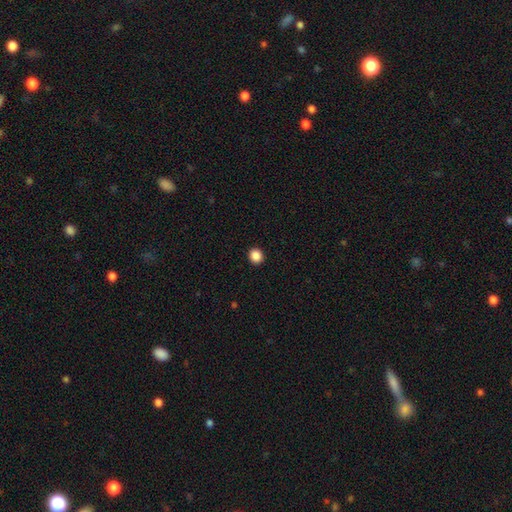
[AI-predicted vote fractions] smooth 88%, star or artifact 10%, featured or disk 2%. Down the decision tree: how rounded — round (85%); merging — none (93%).